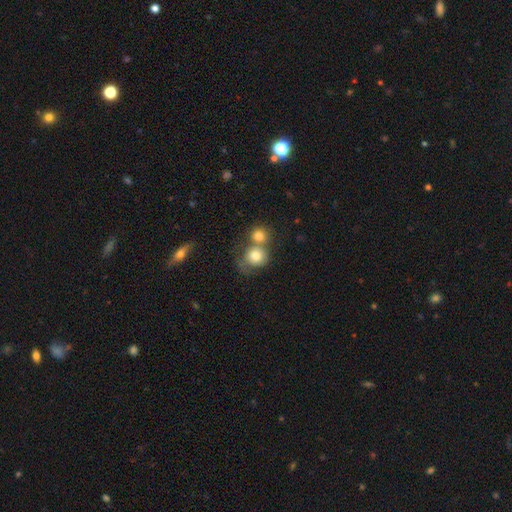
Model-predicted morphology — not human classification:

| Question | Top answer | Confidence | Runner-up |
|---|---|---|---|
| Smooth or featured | smooth | 78% | featured or disk (12%) |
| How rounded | round | 80% | in between (19%) |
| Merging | merger | 51% | none (33%) |